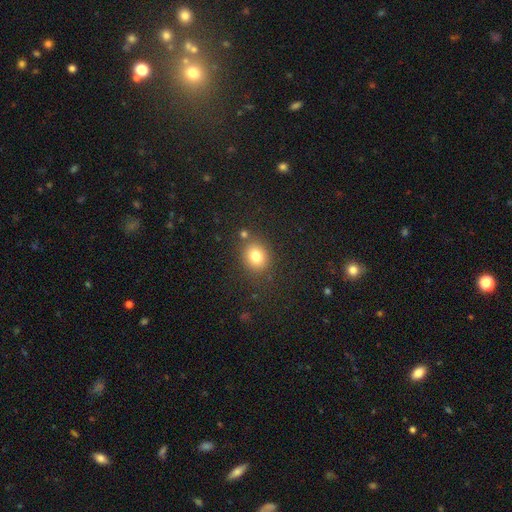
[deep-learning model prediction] Smooth or featured? Predicted: smooth (p=0.80). How rounded? Predicted: round (p=0.67). Merging? Predicted: none (p=0.79).